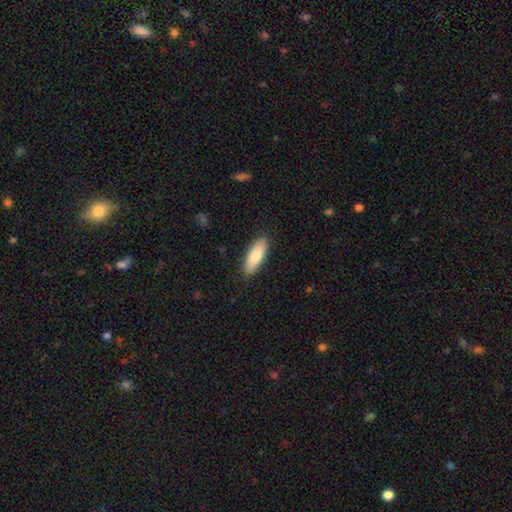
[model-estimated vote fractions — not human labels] A smooth galaxy with no disk features (82%) that is in between round and cigar-shaped (70%).

Vote fractions:
- Smooth or featured? smooth: 82% / featured or disk: 12% / star or artifact: 5%
- How rounded? in between: 70% / cigar-shaped: 28% / round: 2%
- Merging? none: 88% / minor disturbance: 9% / major disturbance: 2% / merger: 1%